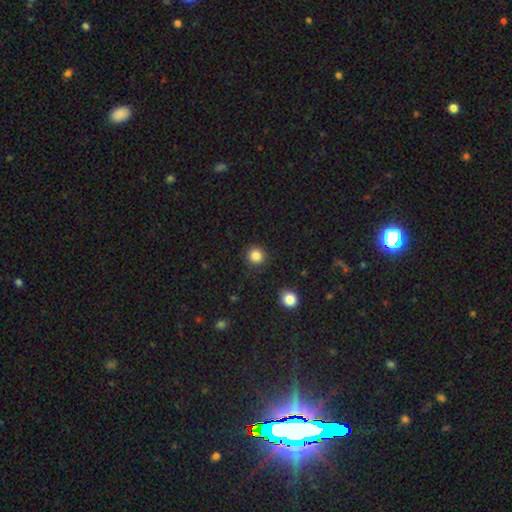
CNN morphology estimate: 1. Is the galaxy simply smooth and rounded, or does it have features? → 86% smooth, 11% star or artifact, 4% featured or disk.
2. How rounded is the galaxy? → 92% round, 7% in between, 1% cigar-shaped.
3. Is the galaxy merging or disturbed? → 88% none, 8% minor disturbance, 2% major disturbance, 1% merger.